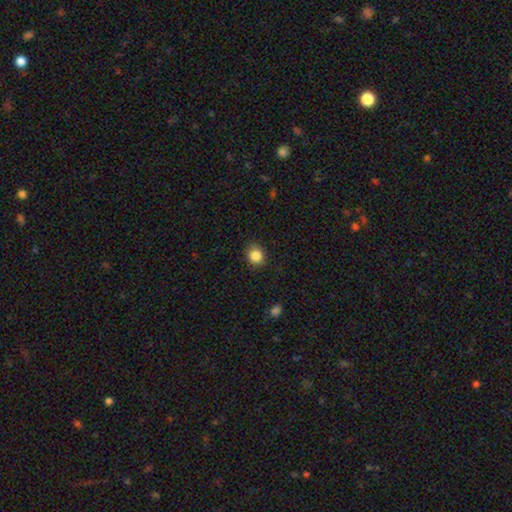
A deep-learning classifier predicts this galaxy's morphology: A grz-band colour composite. It shows a smooth galaxy with no disk features (85%) that is round (73%). Merging: none (87%).